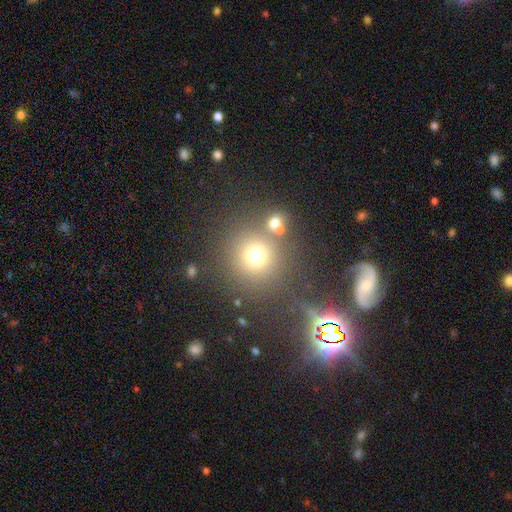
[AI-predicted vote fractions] smooth-or-featured: smooth: 68% | star or artifact: 22% | featured or disk: 10%
  how-rounded: round: 92% | in between: 7% | cigar-shaped: 1%
  merging: none: 74% | merger: 12% | minor disturbance: 9% | major disturbance: 5%